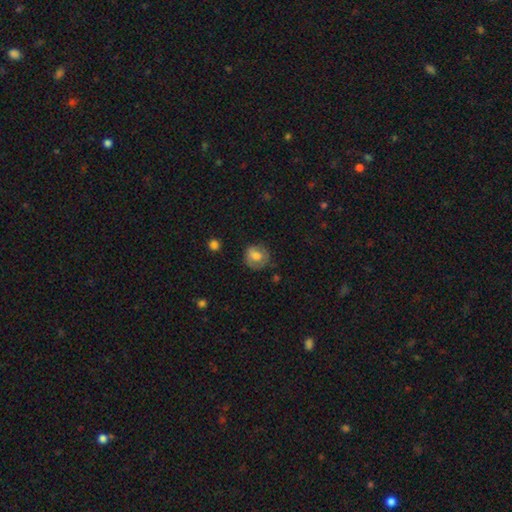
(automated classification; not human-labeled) Smooth or featured?
  - smooth: 68% *
  - featured or disk: 24%
  - star or artifact: 8%
How rounded?
  - round: 79% *
  - in between: 20%
  - cigar-shaped: 1%
Merging?
  - none: 67% *
  - minor disturbance: 23%
  - major disturbance: 8%
  - merger: 2%